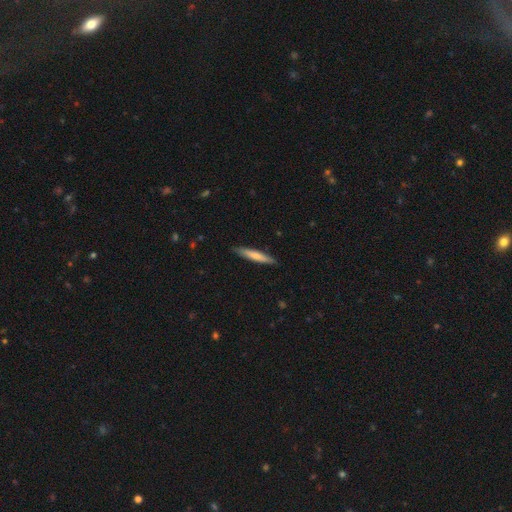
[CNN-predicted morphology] Smooth or featured: smooth — 68% (featured or disk — 27%)
How rounded: cigar-shaped — 92% (in between — 7%)
Merging: none — 88% (minor disturbance — 9%)